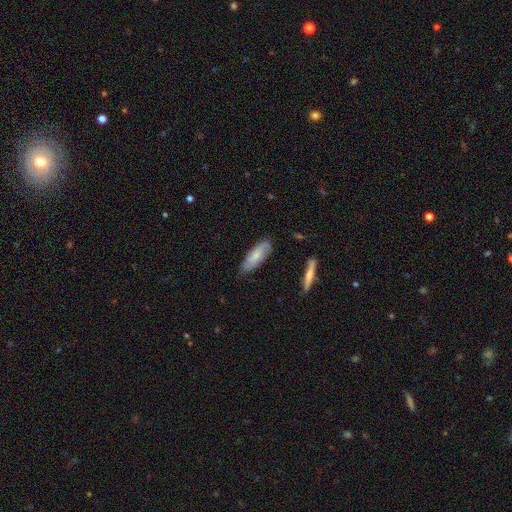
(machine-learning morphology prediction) A smooth galaxy with no disk features (66%) that is in between round and cigar-shaped (68%).

Vote fractions:
- Smooth or featured? smooth: 66% / featured or disk: 28% / star or artifact: 6%
- How rounded? in between: 68% / cigar-shaped: 30% / round: 2%
- Merging? none: 68% / minor disturbance: 26% / major disturbance: 4% / merger: 2%